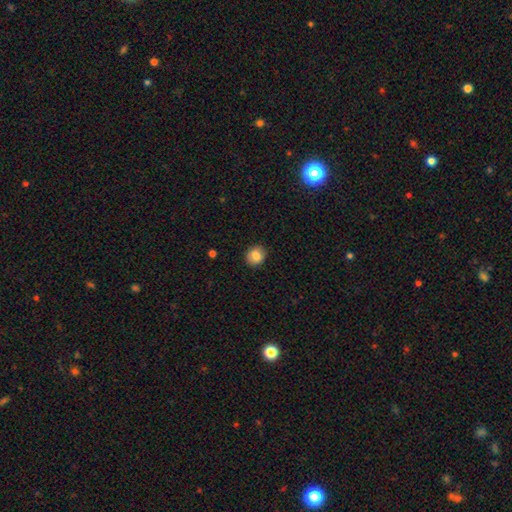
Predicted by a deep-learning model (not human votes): Smooth or featured? smooth (84%)
How rounded? round (81%)
Merging? none (89%)